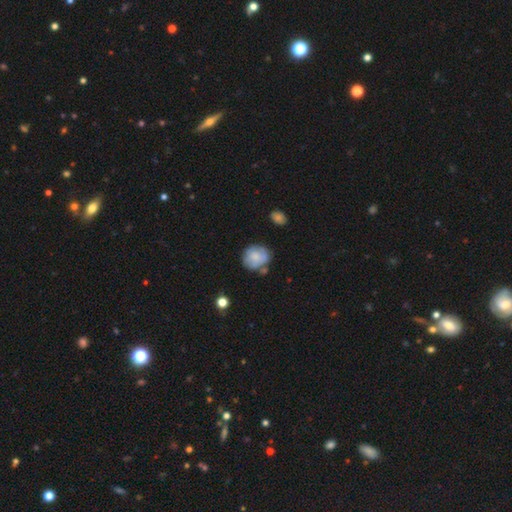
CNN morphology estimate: The model was most divided on "merging": none: 62%, minor disturbance: 23%, merger: 8%, major disturbance: 7%. More confident: how rounded — round (78%); smooth or featured — smooth (66%).